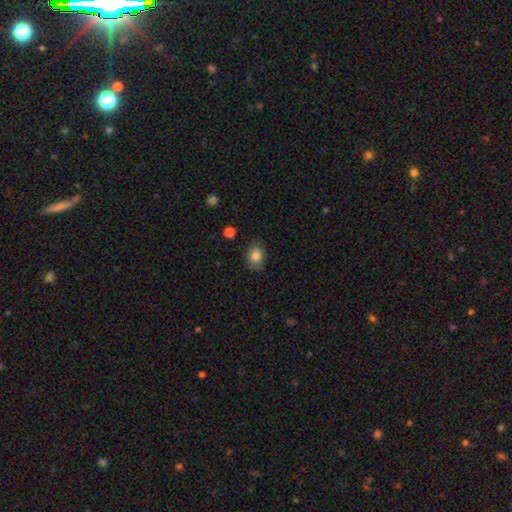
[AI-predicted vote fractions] Overall: smooth (84%). How rounded: in between (59%; round 40%). Merging: none (81%).